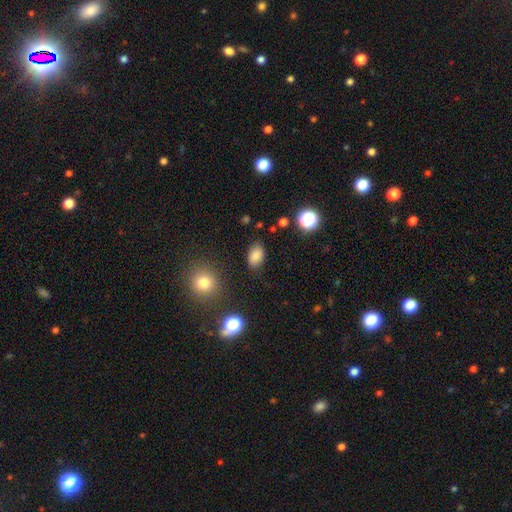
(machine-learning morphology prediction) smooth_or_featured: smooth (p=0.83) [alt: star or artifact p=0.12]
how_rounded: in between (p=0.86) [alt: round p=0.13]
merging: none (p=0.84) [alt: minor disturbance p=0.11]